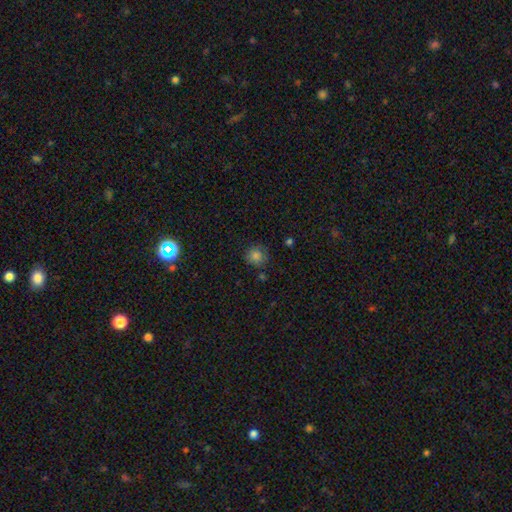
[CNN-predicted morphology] A smooth galaxy with no disk features (82%) that is round (89%). Merging: none (79%).